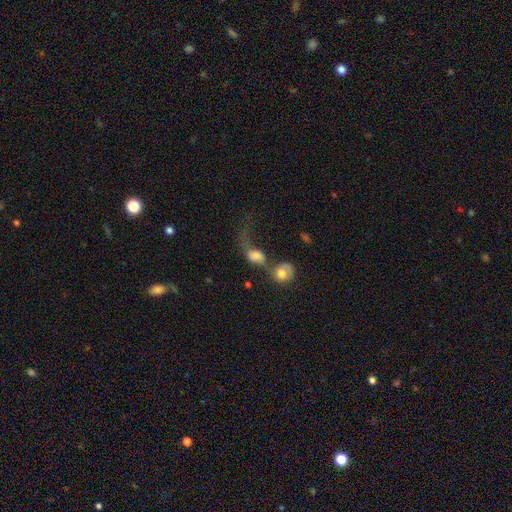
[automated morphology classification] smooth_or_featured: smooth (p=0.63) [alt: featured or disk p=0.27]
how_rounded: in between (p=0.55) [alt: round p=0.41]
merging: merger (p=0.52) [alt: major disturbance p=0.29]